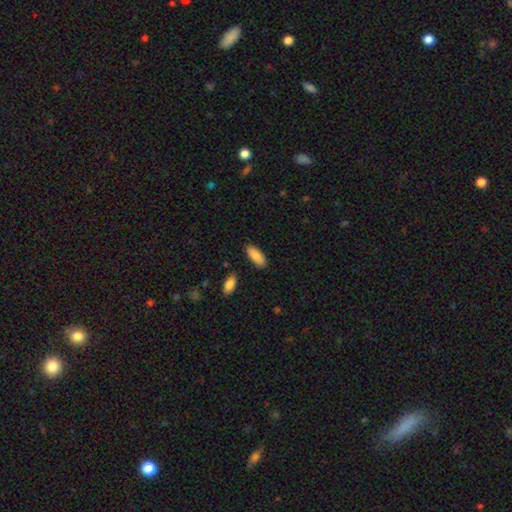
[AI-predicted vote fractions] smooth 89%, star or artifact 6%, featured or disk 6%. Down the decision tree: how rounded — in between (80%); merging — none (86%).